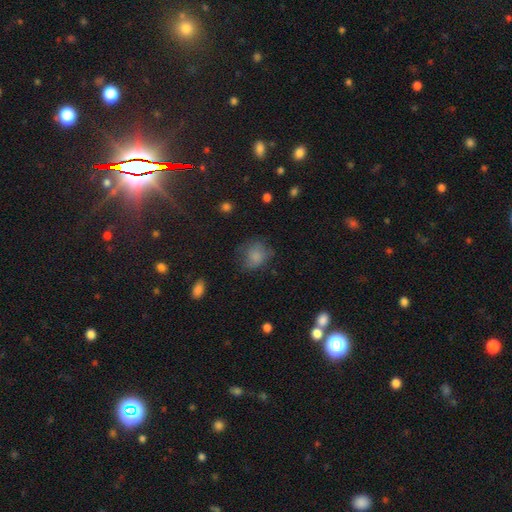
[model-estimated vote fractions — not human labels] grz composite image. It shows a smooth galaxy with no disk features (78%) that is round (61%). Merging: none (55%).